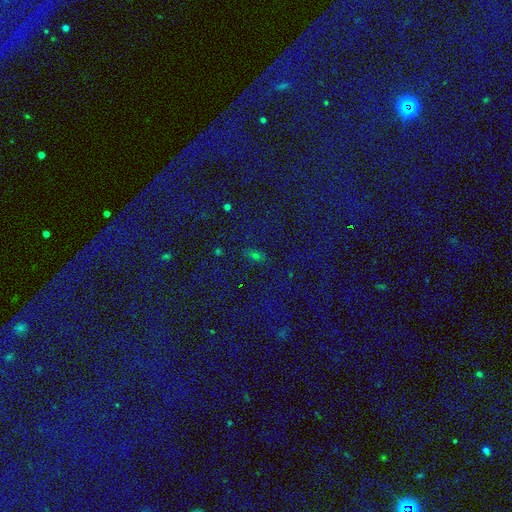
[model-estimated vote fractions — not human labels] star or artifact 54%, smooth 35%, featured or disk 11%.